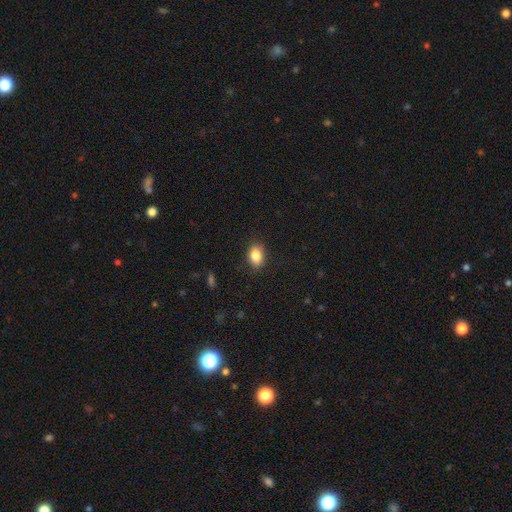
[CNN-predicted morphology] A smooth galaxy with no disk features (85%) that is in between round and cigar-shaped (76%). Merging: none (85%).